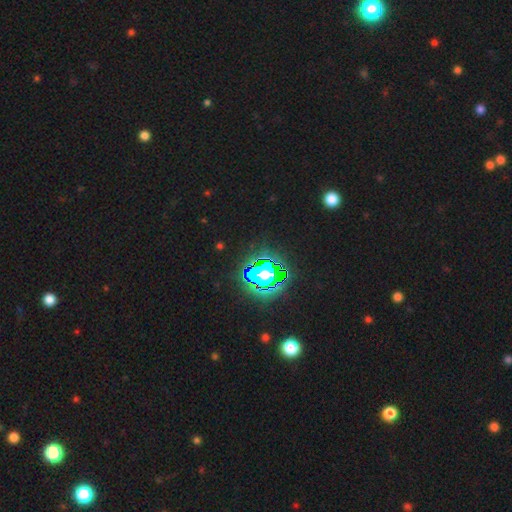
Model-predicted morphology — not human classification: The model was most divided on "smooth or featured": star or artifact: 84%, smooth: 10%, featured or disk: 6%.